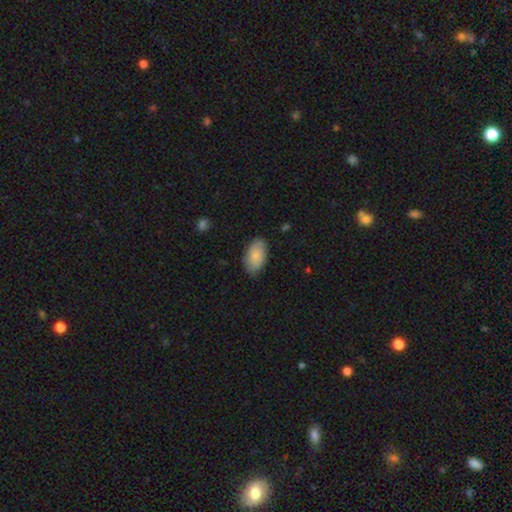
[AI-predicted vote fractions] This is likely a smooth galaxy (76%). How rounded: clearly in between (94%). Merging: likely none (80%).